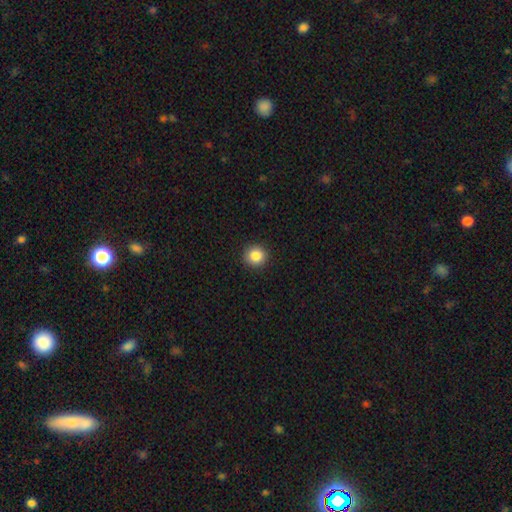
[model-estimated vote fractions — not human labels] The model was most divided on "smooth or featured": smooth: 86%, star or artifact: 10%, featured or disk: 4%. More confident: merging — none (92%); how rounded — round (92%).